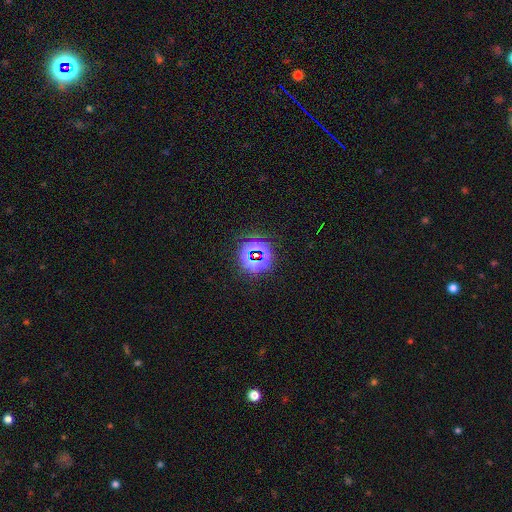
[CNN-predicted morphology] Q: Smooth or featured?
A: star or artifact (74%); runner-up: smooth (17%)